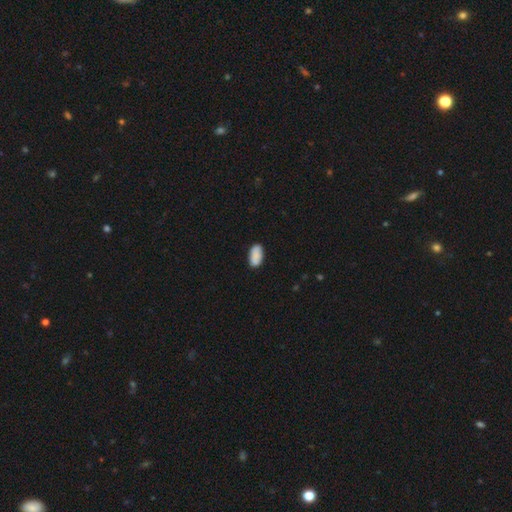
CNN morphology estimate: Smooth or featured? Predicted: smooth (p=0.86). How rounded? Predicted: in between (p=0.94). Merging? Predicted: none (p=0.80).